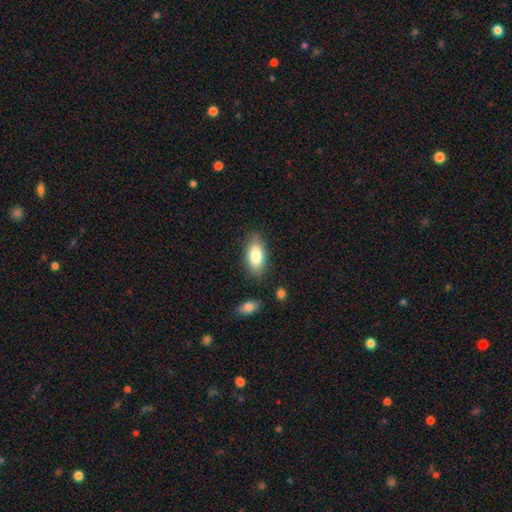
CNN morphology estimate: Smooth or featured?
  - smooth: 81% *
  - featured or disk: 12%
  - star or artifact: 7%
How rounded?
  - in between: 89% *
  - cigar-shaped: 8%
  - round: 4%
Merging?
  - none: 80% *
  - minor disturbance: 14%
  - major disturbance: 3%
  - merger: 3%